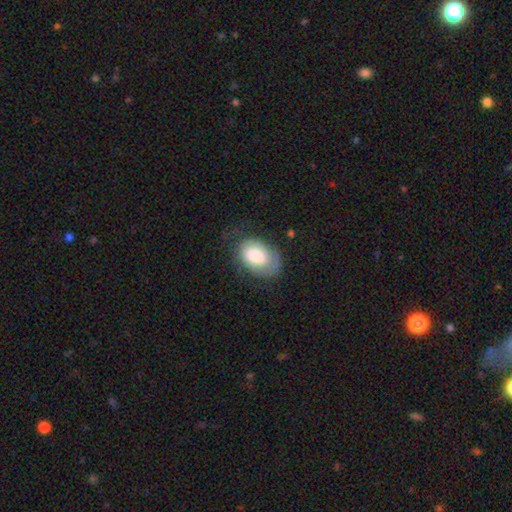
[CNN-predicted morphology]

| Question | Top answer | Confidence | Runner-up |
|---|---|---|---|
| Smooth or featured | smooth | 62% | featured or disk (31%) |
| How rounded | in between | 88% | round (11%) |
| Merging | none | 55% | minor disturbance (26%) |